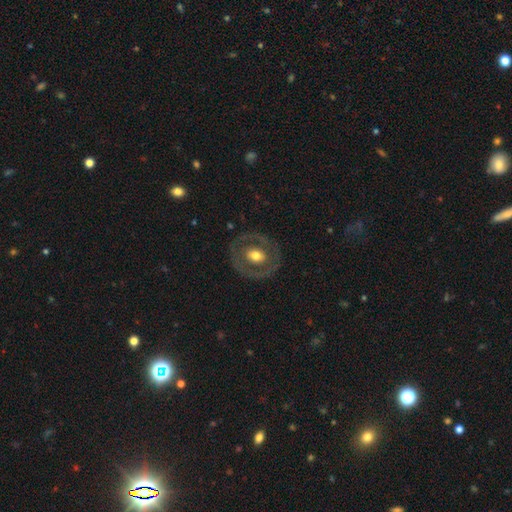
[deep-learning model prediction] smooth-or-featured: featured or disk: 55% | smooth: 39% | star or artifact: 6%
  disk-edge-on: no: 94% | yes: 6%
    bar: no: 74% | weak: 19% | strong: 8%
    has-spiral-arms: no: 83% | yes: 17%
    bulge-size: moderate: 63% | large: 27% | small: 8% | dominant: 2% | none: 1%
  merging: none: 80% | minor disturbance: 12% | major disturbance: 7% | merger: 1%